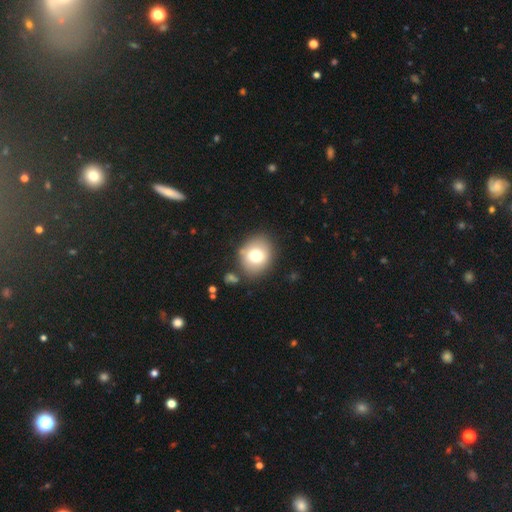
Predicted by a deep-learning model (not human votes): A smooth galaxy with no disk features (75%) that is round (62%). Merging: none (80%).